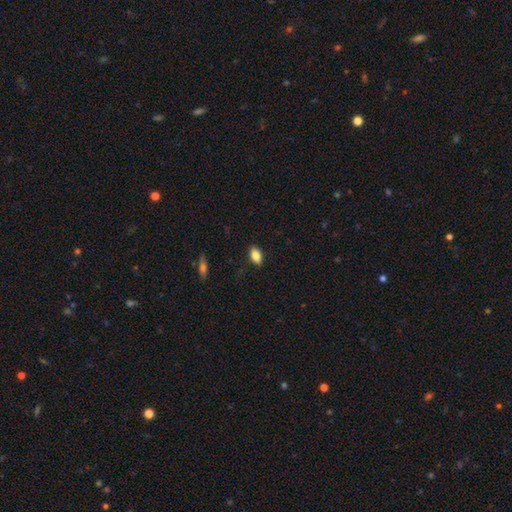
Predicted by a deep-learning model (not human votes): The model was most divided on "smooth or featured": smooth: 80%, featured or disk: 12%, star or artifact: 8%. More confident: how rounded — in between (88%); merging — none (86%).